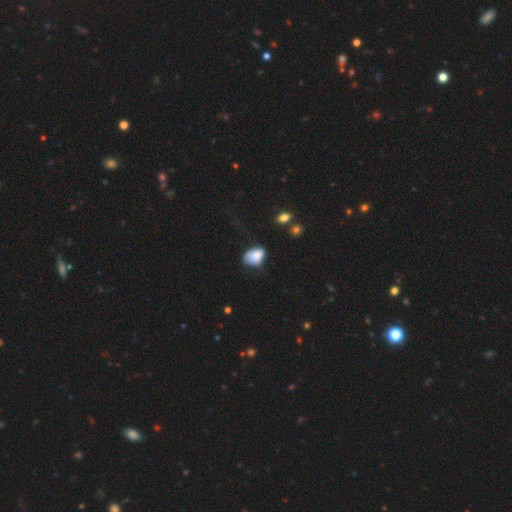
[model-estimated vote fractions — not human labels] This is clearly a smooth galaxy (82%). How rounded: clearly in between (84%). Merging: marginally minor disturbance (42%).